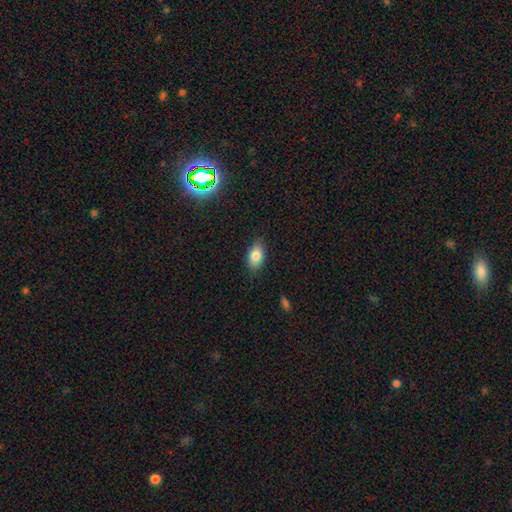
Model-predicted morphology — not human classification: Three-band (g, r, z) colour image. It shows a smooth galaxy with no disk features (83%) that is in between round and cigar-shaped (90%). Merging: none (84%).